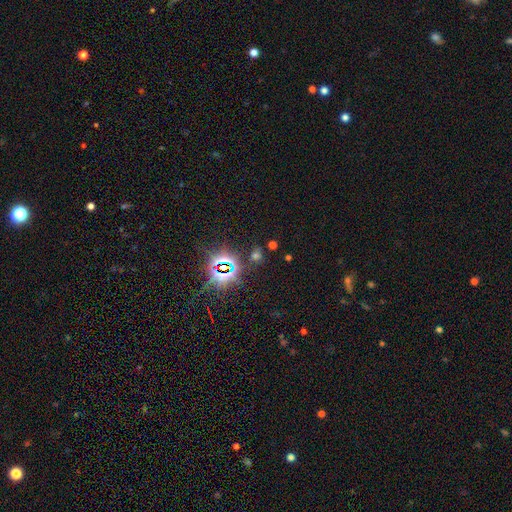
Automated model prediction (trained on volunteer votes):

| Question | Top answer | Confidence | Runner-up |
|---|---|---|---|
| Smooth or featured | star or artifact | 57% | smooth (36%) |